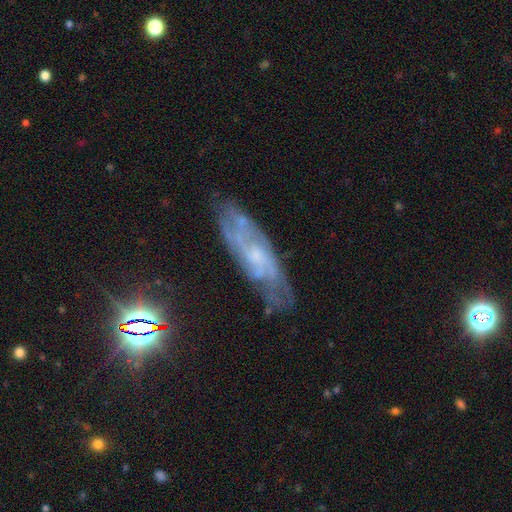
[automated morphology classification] featured or disk 72%, smooth 17%, star or artifact 10%. Down the decision tree: edge-on disk — no (77%); bar — no (66%); spiral arms — yes (84%); bulge size — small (55%); merging — none (72%).